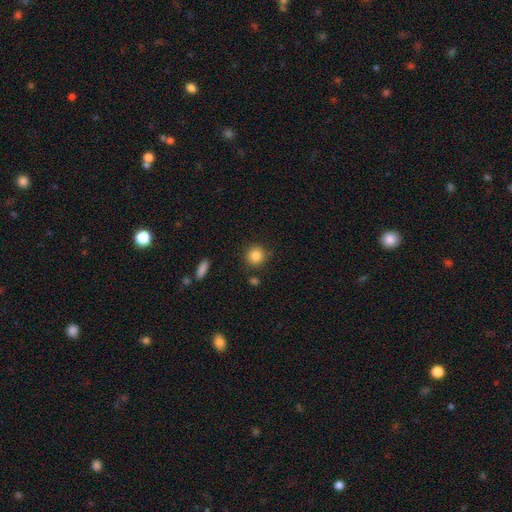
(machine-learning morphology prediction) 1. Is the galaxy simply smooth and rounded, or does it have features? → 86% smooth, 10% star or artifact, 5% featured or disk.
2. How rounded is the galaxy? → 91% round, 8% in between, 1% cigar-shaped.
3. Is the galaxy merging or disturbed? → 83% none, 10% minor disturbance, 4% merger, 3% major disturbance.